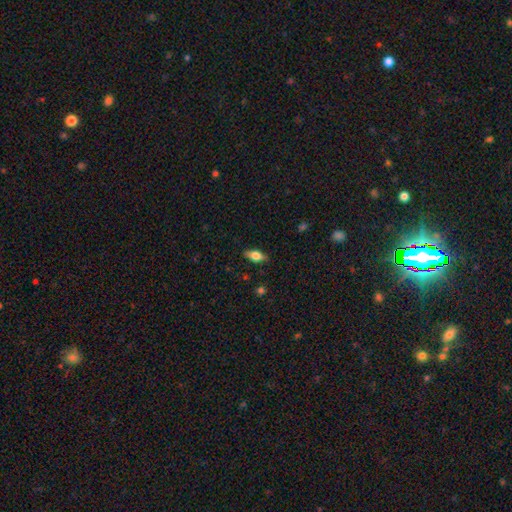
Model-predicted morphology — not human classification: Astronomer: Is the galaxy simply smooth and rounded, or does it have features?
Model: smooth — 57% (runner-up: featured or disk, 35%).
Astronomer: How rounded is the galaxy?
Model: in between — 76%.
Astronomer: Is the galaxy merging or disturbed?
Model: none — 86%.